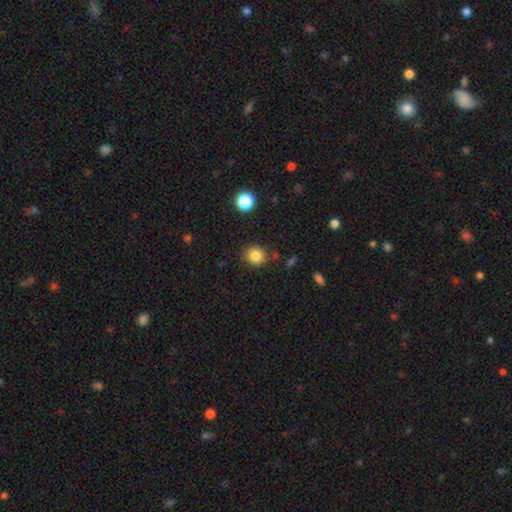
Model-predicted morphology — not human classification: A smooth galaxy with no disk features (84%) that is round (83%). Merging: none (85%).